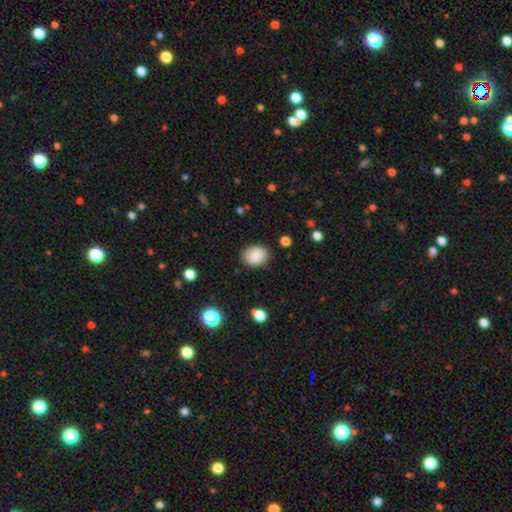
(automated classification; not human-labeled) This is clearly a smooth galaxy (85%). How rounded: possibly in between (55%). Merging: clearly none (83%).